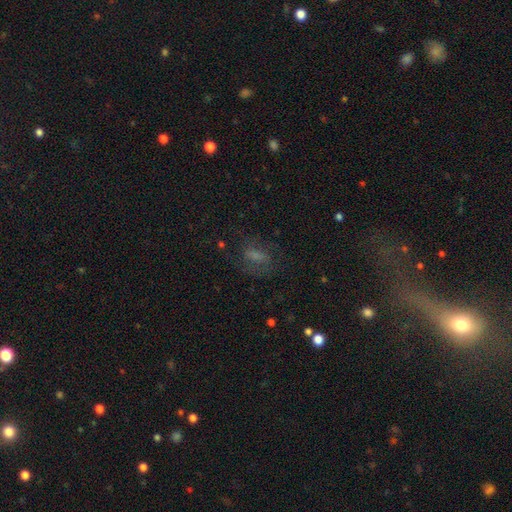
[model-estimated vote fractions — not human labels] A smooth galaxy with no disk features (47%).

Vote fractions:
- Smooth or featured? smooth: 47% / featured or disk: 34% / star or artifact: 19%
- Merging? none: 60% / major disturbance: 20% / minor disturbance: 18% / merger: 2%